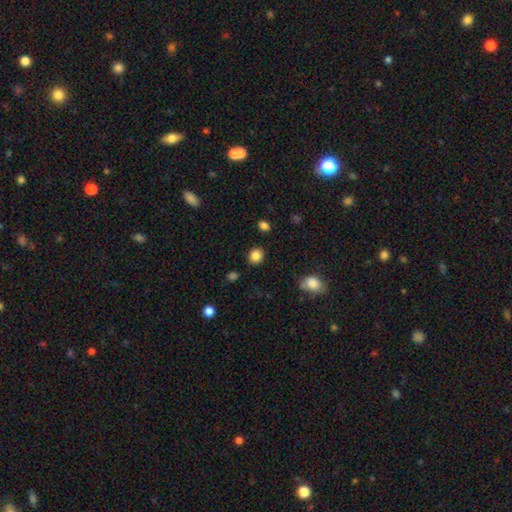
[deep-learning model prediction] smooth_or_featured: smooth (p=0.86) [alt: star or artifact p=0.10]
how_rounded: round (p=0.75) [alt: in between p=0.24]
merging: none (p=0.87) [alt: minor disturbance p=0.08]